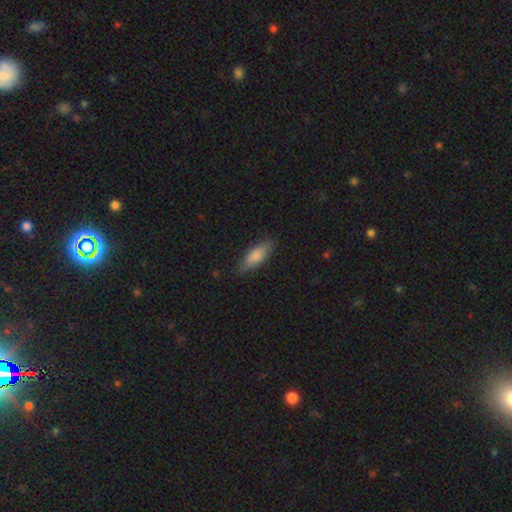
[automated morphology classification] Smooth or featured?
  - smooth: 83% *
  - featured or disk: 11%
  - star or artifact: 6%
How rounded?
  - in between: 68% *
  - cigar-shaped: 30%
  - round: 2%
Merging?
  - none: 80% *
  - minor disturbance: 16%
  - major disturbance: 3%
  - merger: 1%